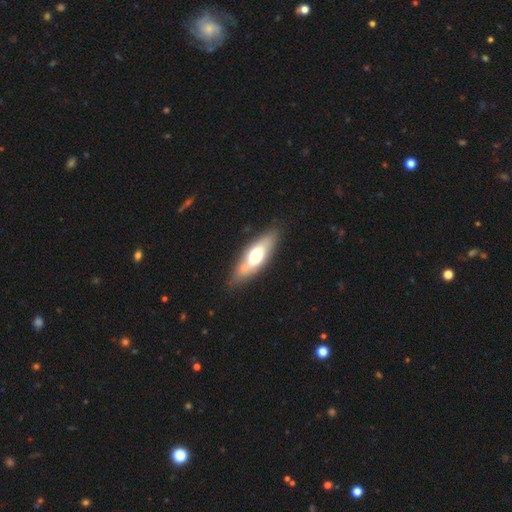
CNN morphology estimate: Smooth or featured: smooth — 52% (featured or disk — 42%)
How rounded: in between — 56% (cigar-shaped — 41%)
Merging: none — 77% (minor disturbance — 14%)